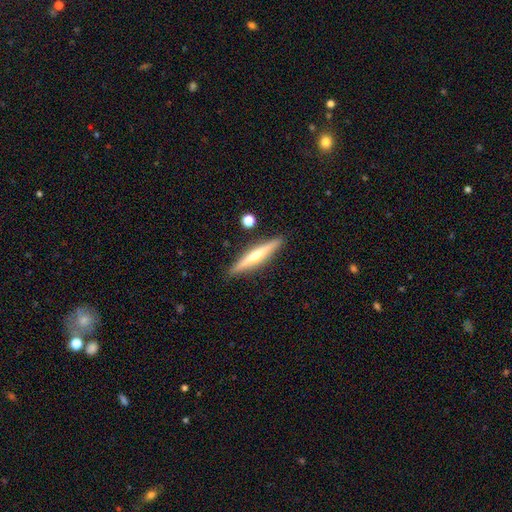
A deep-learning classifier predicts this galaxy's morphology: Q: Smooth or featured?
A: featured or disk (69%); runner-up: smooth (25%)
Q: Edge-on disk?
A: yes (97%); runner-up: no (3%)
Q: Edge-on bulge?
A: rounded (87%); runner-up: none (9%)
Q: Merging?
A: none (90%); runner-up: minor disturbance (7%)